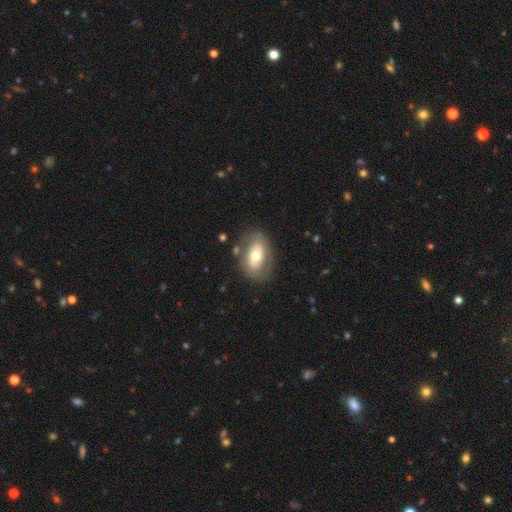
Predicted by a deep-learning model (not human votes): Smooth or featured?
  - smooth: 50% *
  - featured or disk: 43%
  - star or artifact: 7%
How rounded?
  - in between: 84% *
  - round: 14%
  - cigar-shaped: 2%
Merging?
  - none: 73% *
  - minor disturbance: 16%
  - major disturbance: 8%
  - merger: 3%